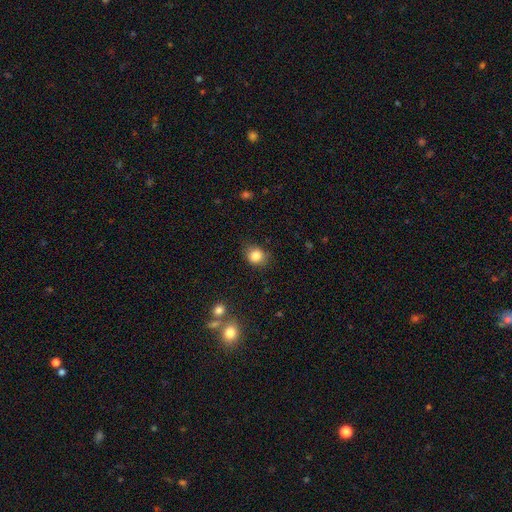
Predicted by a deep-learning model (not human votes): smooth_or_featured: smooth (p=0.84) [alt: star or artifact p=0.10]
how_rounded: round (p=0.68) [alt: in between p=0.31]
merging: none (p=0.77) [alt: minor disturbance p=0.17]